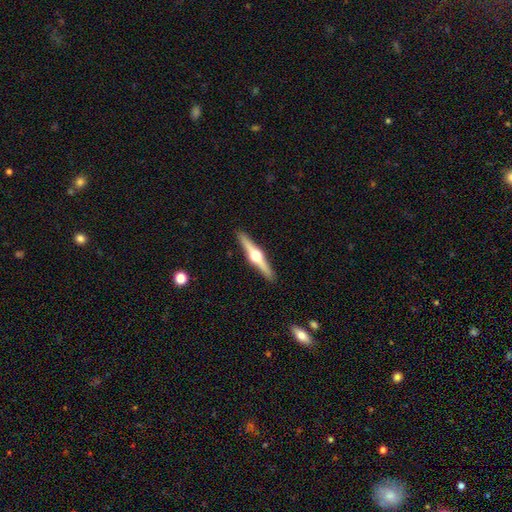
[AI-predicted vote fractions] Smooth or featured: featured or disk — 79% (smooth — 16%)
Edge-on disk: yes — 98% (no — 2%)
Edge-on bulge: rounded — 96% (boxy — 2%)
Merging: none — 92% (minor disturbance — 6%)